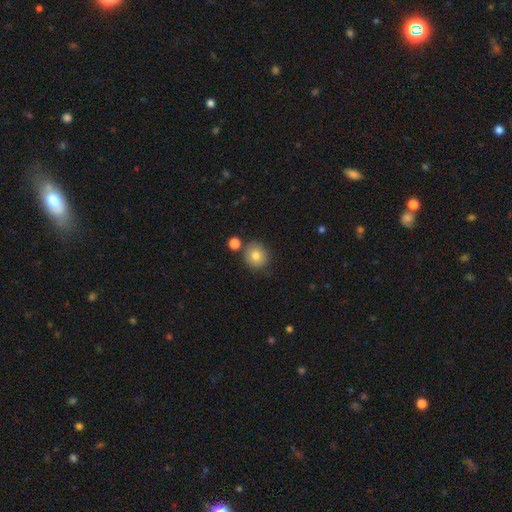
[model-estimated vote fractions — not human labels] smooth 79%, featured or disk 11%, star or artifact 10%. Down the decision tree: how rounded — round (86%); merging — none (76%).